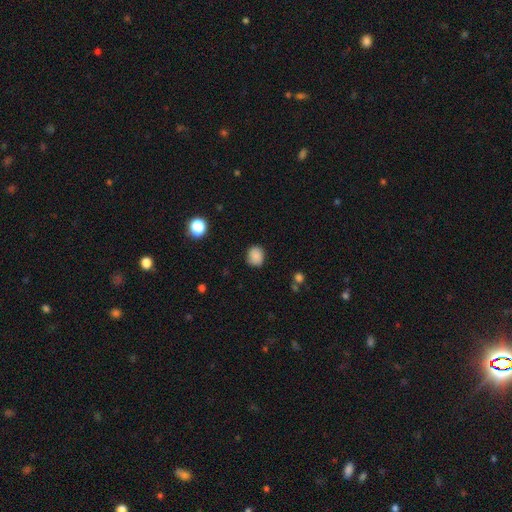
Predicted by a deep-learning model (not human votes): Overall: smooth (86%). How rounded: round (69%; in between 30%). Merging: none (82%).